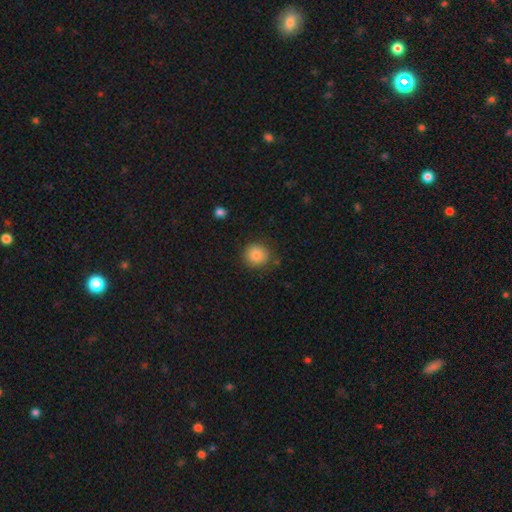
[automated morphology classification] Q: Smooth or featured?
A: smooth (87%); runner-up: star or artifact (9%)
Q: How rounded?
A: round (88%); runner-up: in between (12%)
Q: Merging?
A: none (84%); runner-up: minor disturbance (11%)